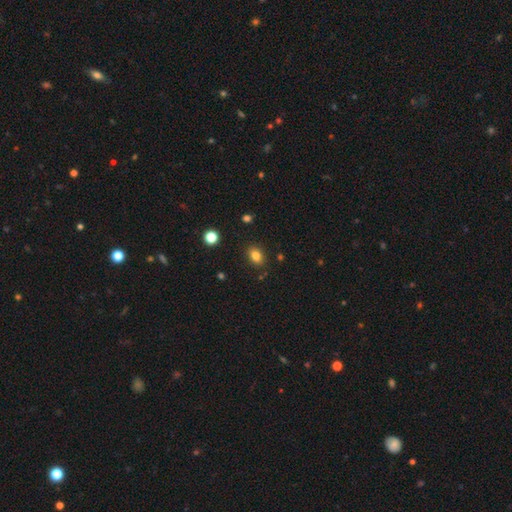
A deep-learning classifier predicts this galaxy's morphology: Overall: smooth (82%). How rounded: in between (72%). Merging: none (85%).